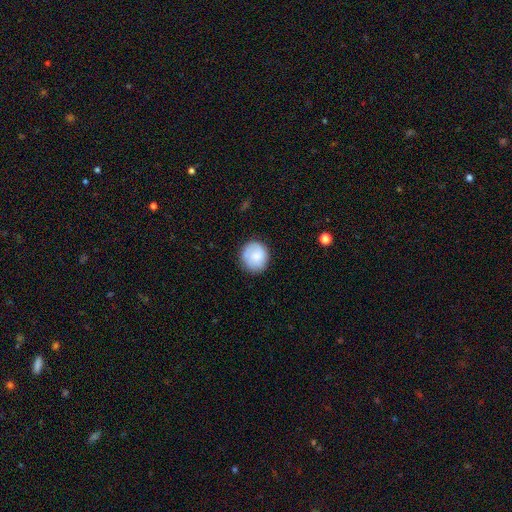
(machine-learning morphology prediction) This appears to be a smooth galaxy with no disk features (70%) that is round (86%). Merging: none (78%).